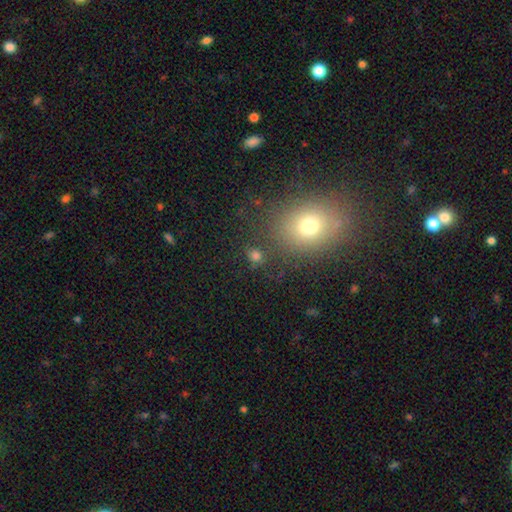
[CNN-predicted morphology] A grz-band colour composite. It shows a smooth galaxy with no disk features (73%) that is round (76%). Merging: none (78%).